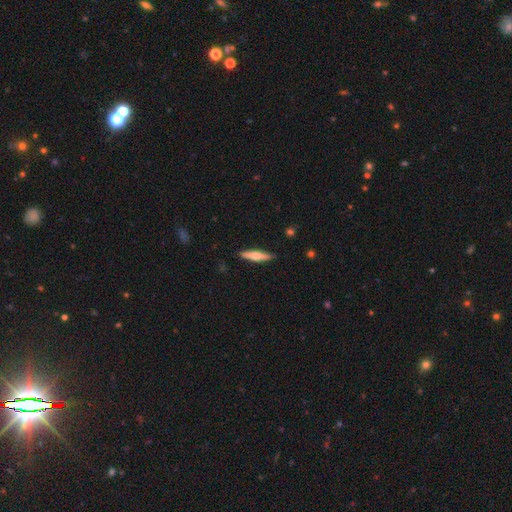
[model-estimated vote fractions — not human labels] Smooth or featured: featured or disk — 49% (smooth — 46%)
Merging: none — 89% (minor disturbance — 8%)